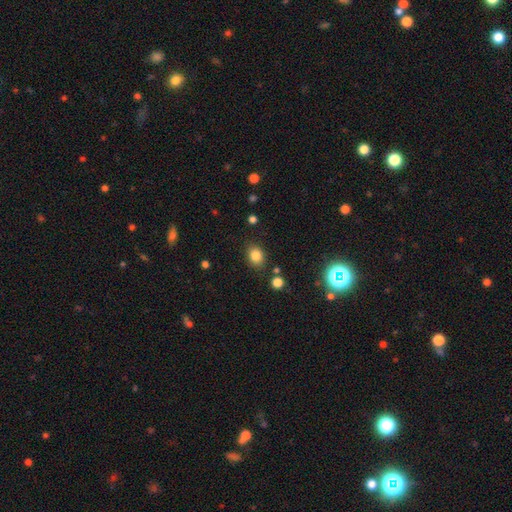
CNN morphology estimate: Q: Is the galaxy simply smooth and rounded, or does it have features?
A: smooth — 82%.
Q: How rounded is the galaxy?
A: in between — 51%.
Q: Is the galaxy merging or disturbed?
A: none — 81%.